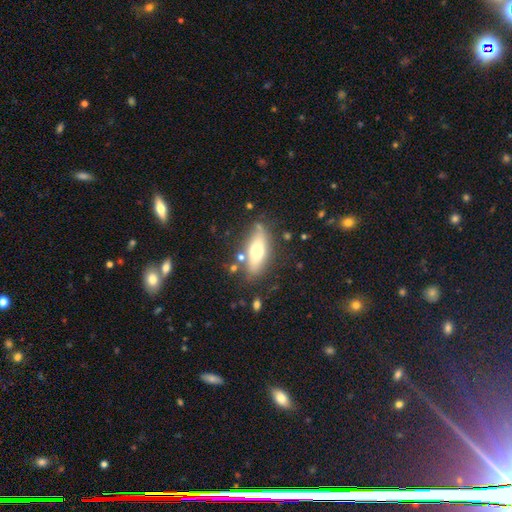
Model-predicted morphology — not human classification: smooth 56%, featured or disk 37%, star or artifact 7%. Down the decision tree: how rounded — in between (67%); merging — none (73%).